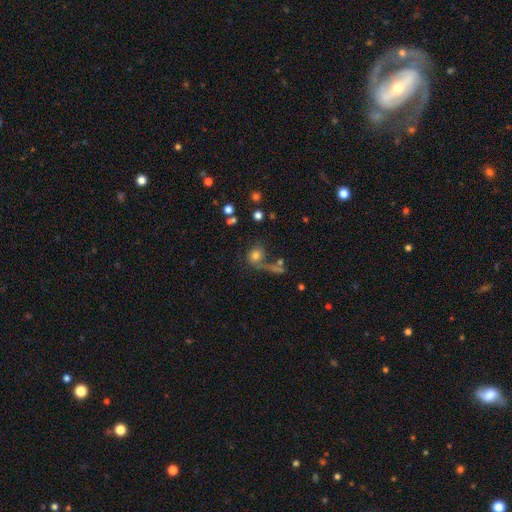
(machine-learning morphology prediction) smooth-or-featured: smooth: 75% | star or artifact: 14% | featured or disk: 12%
  how-rounded: round: 77% | in between: 21% | cigar-shaped: 2%
  merging: none: 56% | merger: 19% | minor disturbance: 13% | major disturbance: 12%